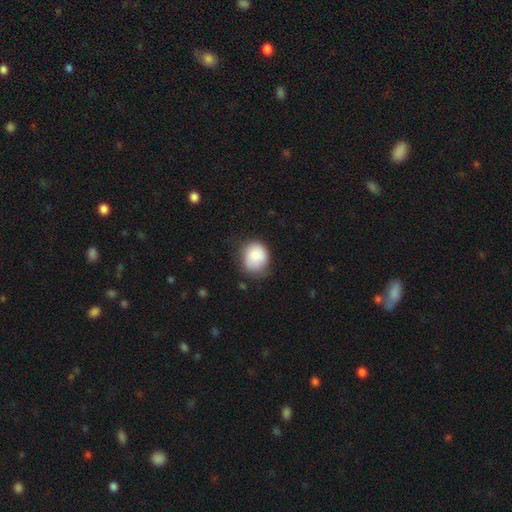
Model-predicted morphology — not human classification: smooth-or-featured: smooth: 86% | star or artifact: 7% | featured or disk: 7%
  how-rounded: round: 68% | in between: 31% | cigar-shaped: 1%
  merging: none: 62% | minor disturbance: 29% | major disturbance: 8% | merger: 2%